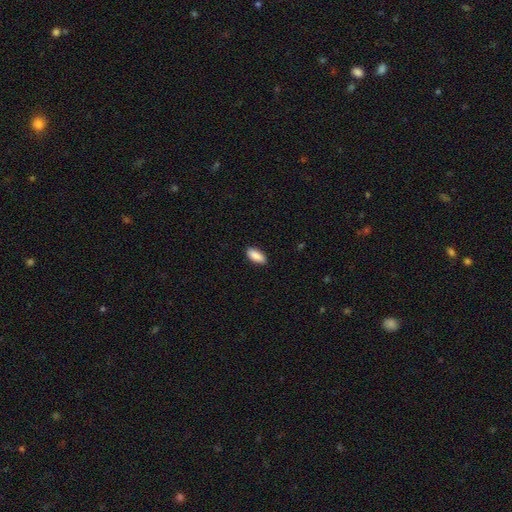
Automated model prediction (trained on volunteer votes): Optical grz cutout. It shows a smooth galaxy with no disk features (89%) that is in between round and cigar-shaped (86%). Merging: none (88%).